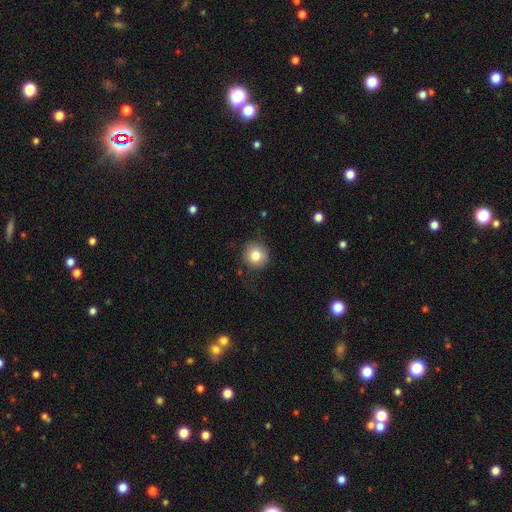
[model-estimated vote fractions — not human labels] Smooth or featured?
  - smooth: 82% *
  - star or artifact: 10%
  - featured or disk: 8%
How rounded?
  - round: 92% *
  - in between: 7%
  - cigar-shaped: 1%
Merging?
  - none: 83% *
  - minor disturbance: 12%
  - major disturbance: 4%
  - merger: 1%